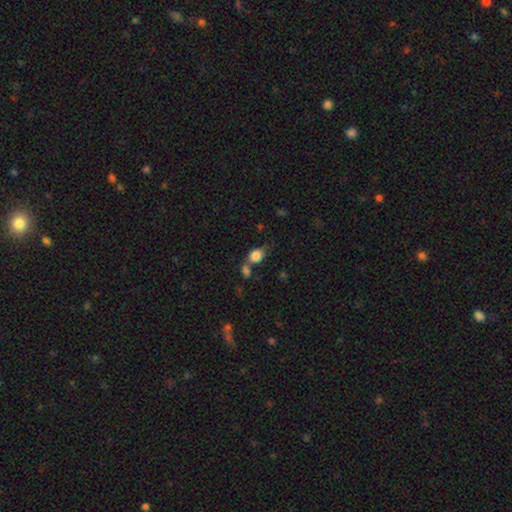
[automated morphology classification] smooth 83%, star or artifact 9%, featured or disk 8%. Down the decision tree: how rounded — in between (55%); merging — none (41%).